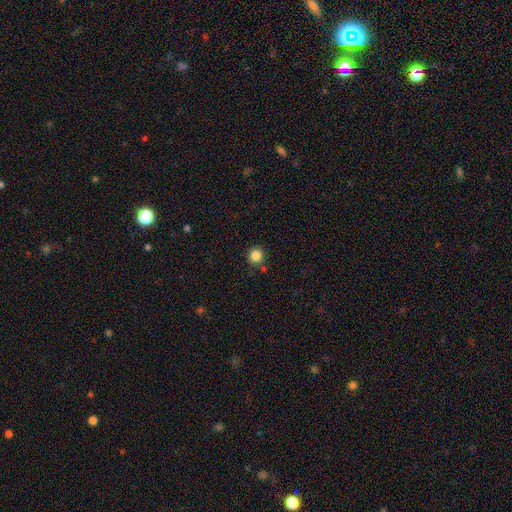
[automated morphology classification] type=smooth (85%); roundness=round (93%); merging=none (84%).